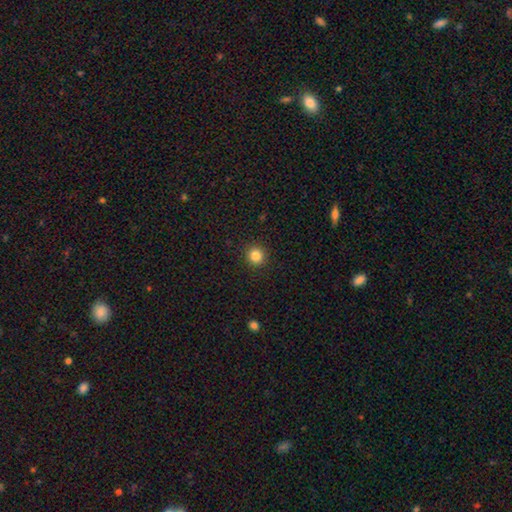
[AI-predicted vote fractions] Smooth or featured: smooth — 84% (star or artifact — 12%)
How rounded: round — 94% (in between — 5%)
Merging: none — 92% (minor disturbance — 5%)